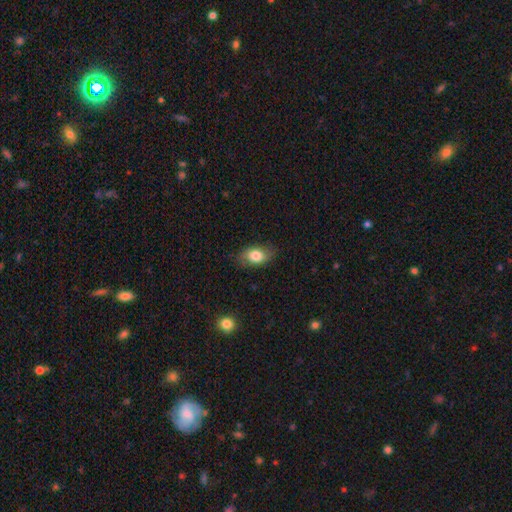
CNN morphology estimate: smooth-or-featured: smooth: 78% | featured or disk: 14% | star or artifact: 8%
  how-rounded: in between: 85% | round: 12% | cigar-shaped: 3%
  merging: none: 79% | minor disturbance: 16% | major disturbance: 4% | merger: 1%